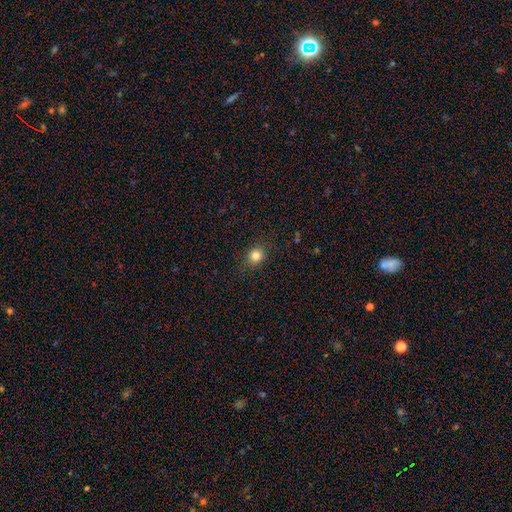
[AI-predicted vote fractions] Smooth or featured?
  - smooth: 82% *
  - star or artifact: 12%
  - featured or disk: 5%
How rounded?
  - round: 79% *
  - in between: 20%
  - cigar-shaped: 1%
Merging?
  - none: 89% *
  - minor disturbance: 7%
  - major disturbance: 2%
  - merger: 1%